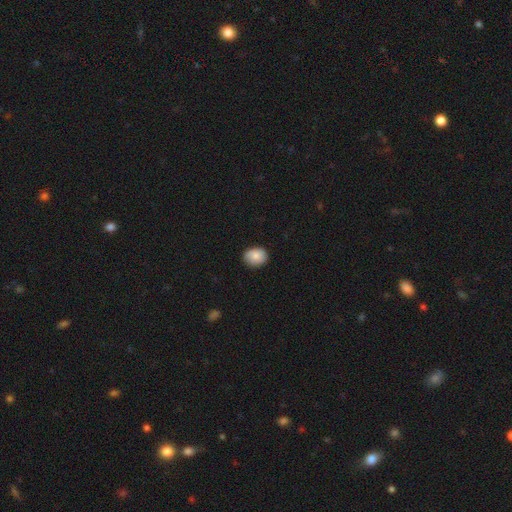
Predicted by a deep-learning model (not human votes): The model was most divided on "how rounded": in between: 54%, round: 46%, cigar-shaped: 1%. More confident: smooth or featured — smooth (84%); merging — none (84%).